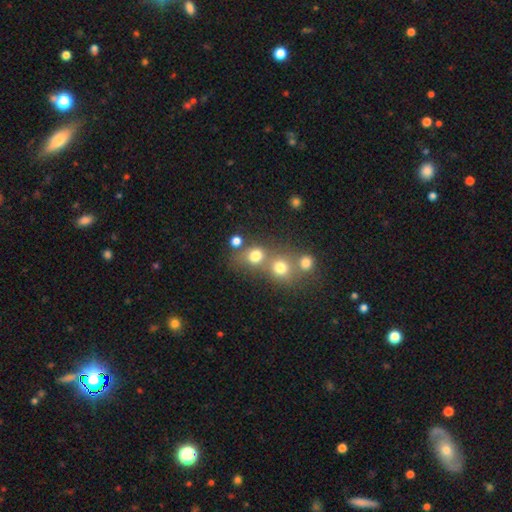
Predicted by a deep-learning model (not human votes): Smooth or featured?
  - smooth: 73% *
  - star or artifact: 16%
  - featured or disk: 11%
How rounded?
  - round: 77% *
  - in between: 22%
  - cigar-shaped: 1%
Merging?
  - none: 47% *
  - merger: 39%
  - minor disturbance: 9%
  - major disturbance: 5%